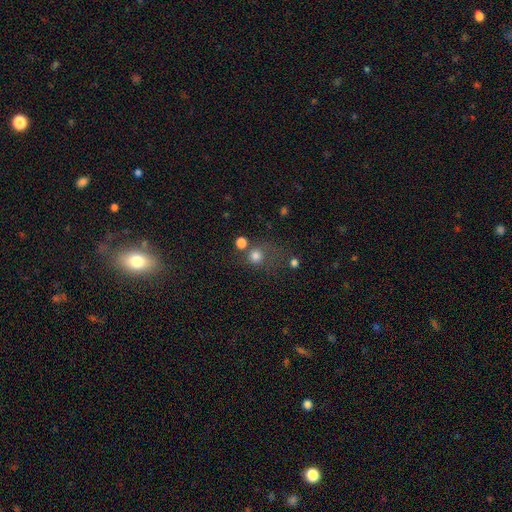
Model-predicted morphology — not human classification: This appears to be a smooth galaxy with no disk features (76%) that is round (86%). Merging: none (51%).